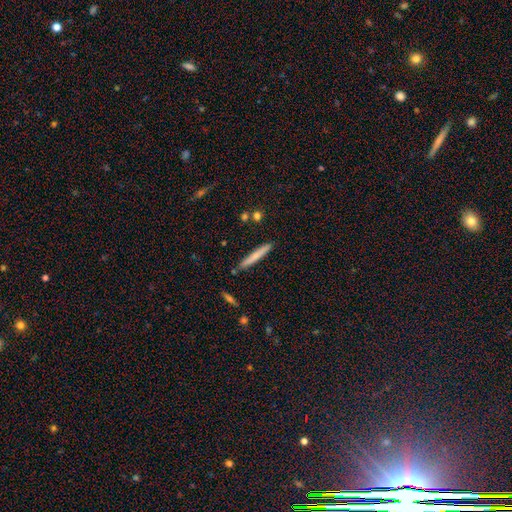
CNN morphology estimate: The model was most divided on "smooth or featured": smooth: 66%, featured or disk: 27%, star or artifact: 6%. More confident: how rounded — cigar-shaped (95%); merging — none (86%).